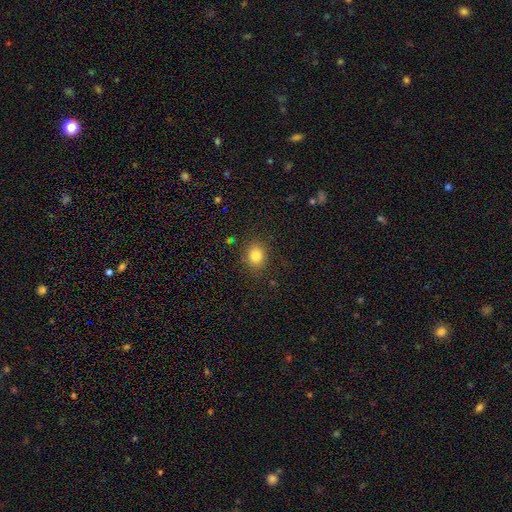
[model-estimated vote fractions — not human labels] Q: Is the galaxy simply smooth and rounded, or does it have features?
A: smooth — 82%.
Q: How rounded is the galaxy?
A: round — 70%.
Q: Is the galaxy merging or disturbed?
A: none — 86%.